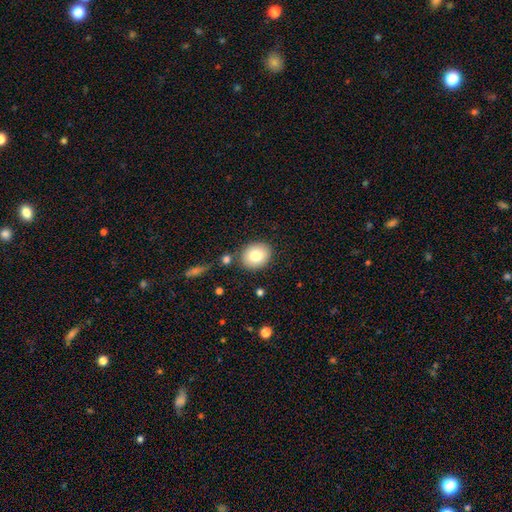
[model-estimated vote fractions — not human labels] Overall: smooth (81%). How rounded: round (55%; in between 44%). Merging: none (82%).